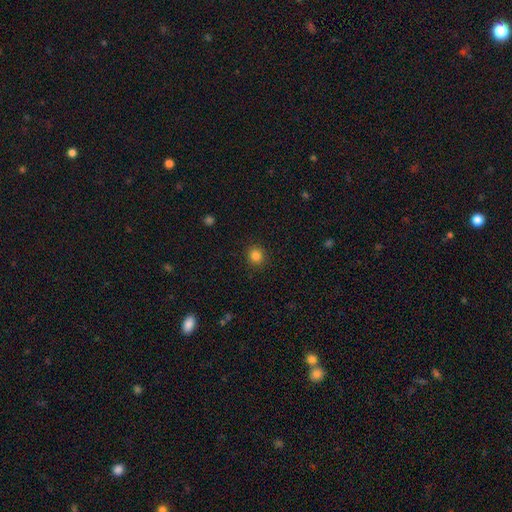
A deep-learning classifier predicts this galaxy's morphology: The model was most divided on "smooth or featured": smooth: 84%, star or artifact: 12%, featured or disk: 4%. More confident: merging — none (91%); how rounded — round (90%).